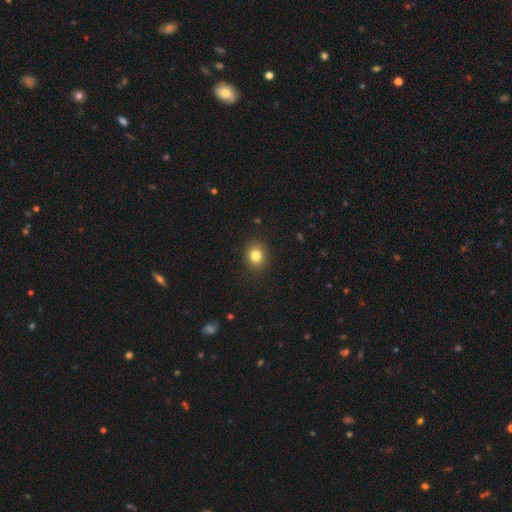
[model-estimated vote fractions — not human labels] smooth 82%, star or artifact 11%, featured or disk 6%. Down the decision tree: how rounded — round (66%); merging — none (88%).